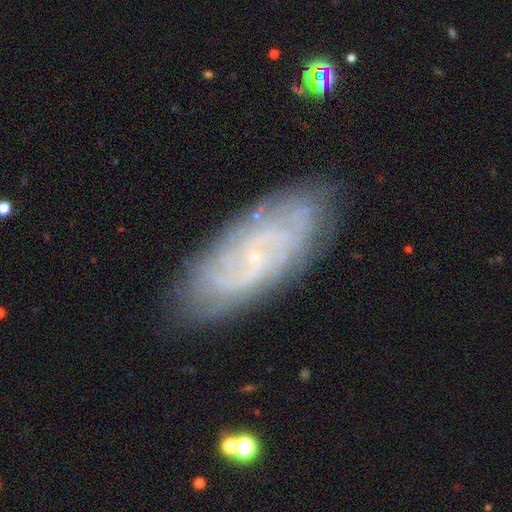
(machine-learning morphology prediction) Q: Smooth or featured?
A: featured or disk (80%); runner-up: smooth (13%)
Q: Edge-on disk?
A: no (93%); runner-up: yes (7%)
Q: Bar?
A: no (64%); runner-up: weak (30%)
Q: Spiral arms?
A: yes (94%); runner-up: no (6%)
Q: Spiral winding?
A: tight (55%); runner-up: medium (34%)
Q: Spiral arm count?
A: can't tell (38%); runner-up: 2 (26%)
Q: Bulge size?
A: small (86%); runner-up: moderate (7%)
Q: Merging?
A: none (81%); runner-up: minor disturbance (14%)